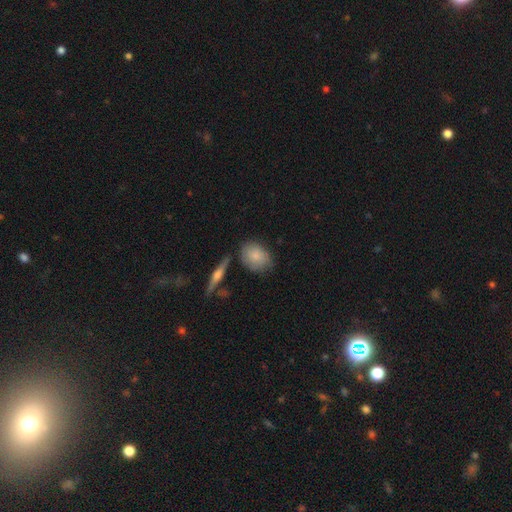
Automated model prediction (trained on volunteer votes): This is likely a smooth galaxy (78%). How rounded: likely in between (65%). Merging: likely none (67%).